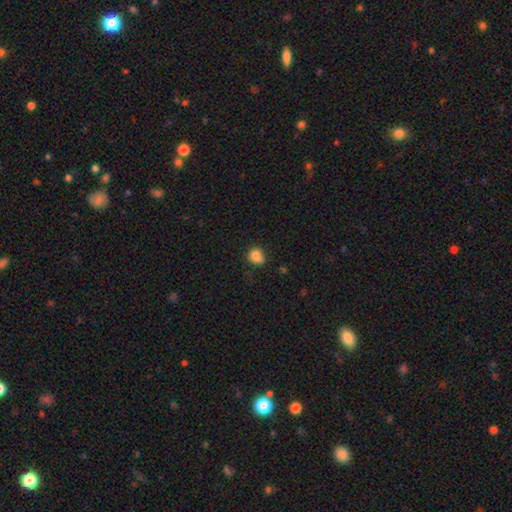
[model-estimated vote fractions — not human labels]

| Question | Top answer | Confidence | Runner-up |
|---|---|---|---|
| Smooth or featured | smooth | 83% | star or artifact (11%) |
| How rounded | round | 75% | in between (24%) |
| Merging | none | 60% | minor disturbance (29%) |